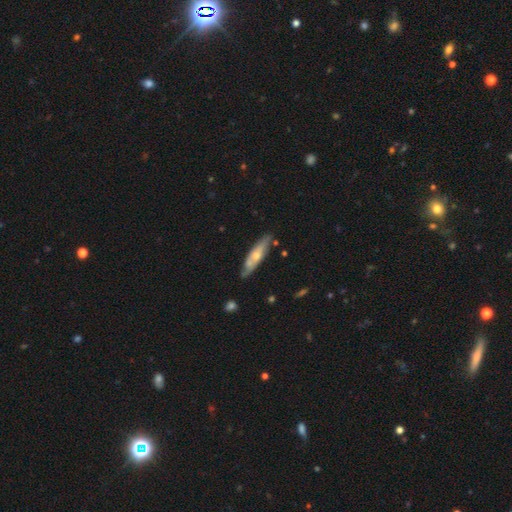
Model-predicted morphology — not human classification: Smooth or featured: featured or disk — 53% (smooth — 42%)
Edge-on disk: yes — 55% (no — 45%)
Merging: none — 75% (minor disturbance — 19%)